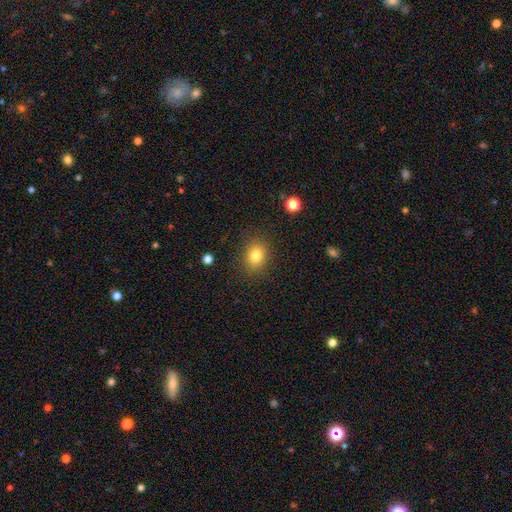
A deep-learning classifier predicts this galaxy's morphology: smooth_or_featured: smooth (p=0.81) [alt: star or artifact p=0.11]
how_rounded: round (p=0.52) [alt: in between p=0.47]
merging: none (p=0.87) [alt: minor disturbance p=0.09]